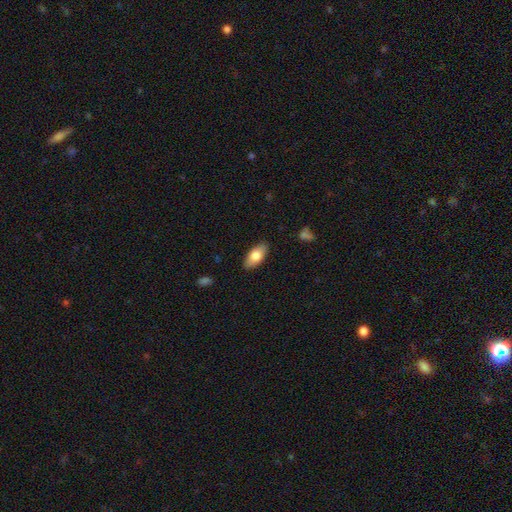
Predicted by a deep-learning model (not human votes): This is likely a smooth galaxy (76%). How rounded: clearly in between (87%). Merging: clearly none (87%).